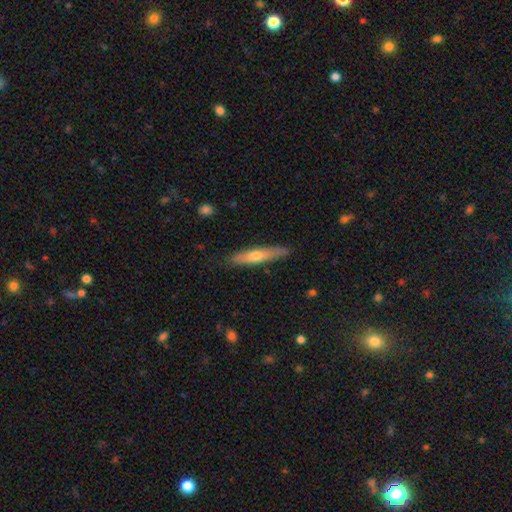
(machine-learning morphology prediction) type=smooth (54%); roundness=cigar-shaped (87%); merging=none (83%).